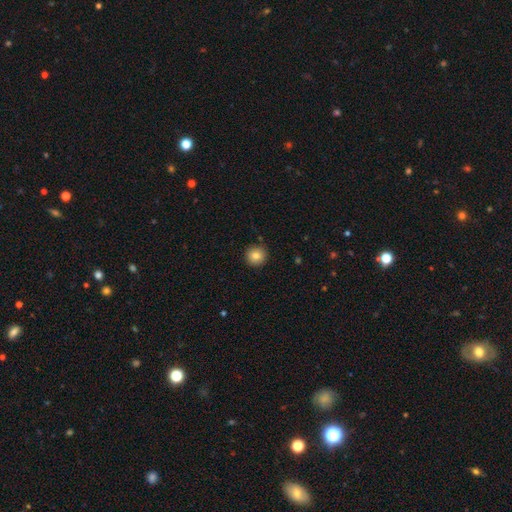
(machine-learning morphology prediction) Smooth or featured: smooth — 82% (star or artifact — 10%)
How rounded: round — 95% (in between — 4%)
Merging: none — 91% (minor disturbance — 6%)